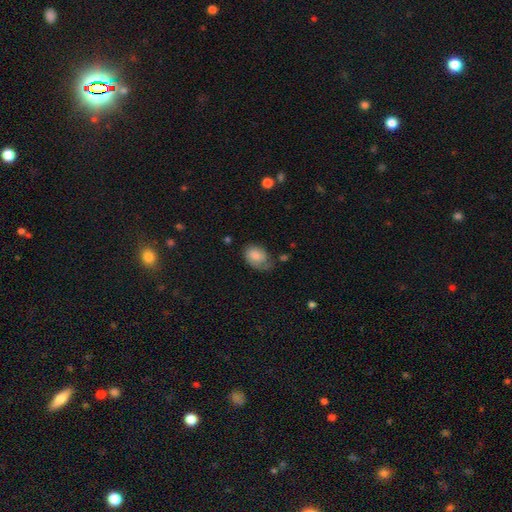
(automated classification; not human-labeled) Morphology: type=smooth (66%); roundness=in between (77%); merging=none (42%).